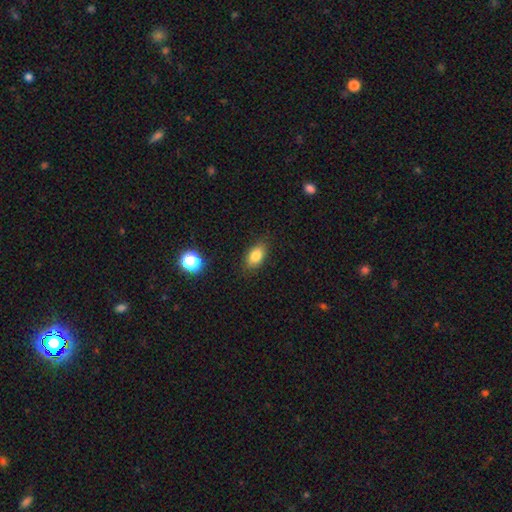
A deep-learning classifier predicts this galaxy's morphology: Q: Smooth or featured?
A: smooth (82%); runner-up: star or artifact (10%)
Q: How rounded?
A: in between (87%); runner-up: round (9%)
Q: Merging?
A: none (85%); runner-up: minor disturbance (11%)